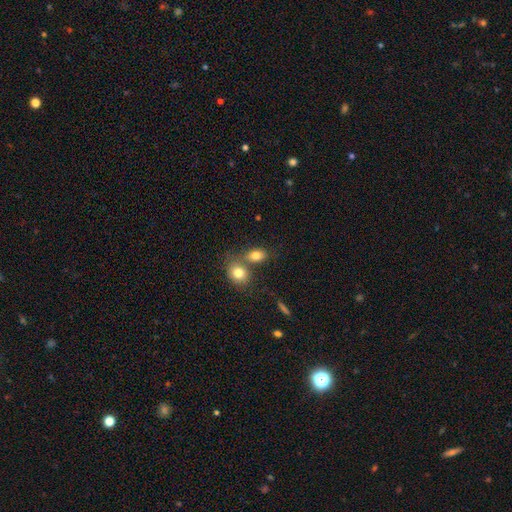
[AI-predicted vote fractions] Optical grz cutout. It shows a smooth galaxy with no disk features (79%) that is in between round and cigar-shaped (71%). Merging: none (45%).